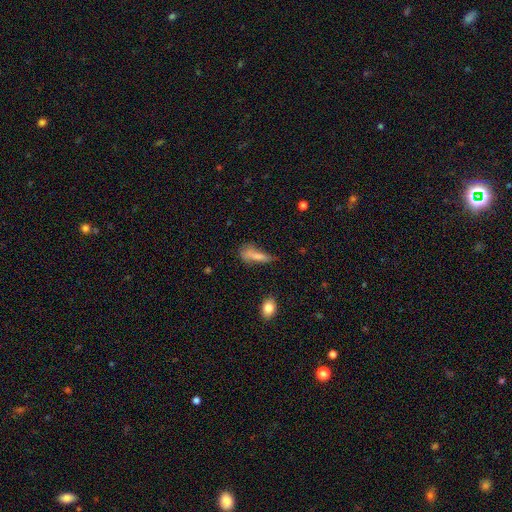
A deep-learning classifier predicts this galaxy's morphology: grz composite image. It shows a smooth galaxy with no disk features (71%) that is cigar-shaped (55%). Merging: none (36%).